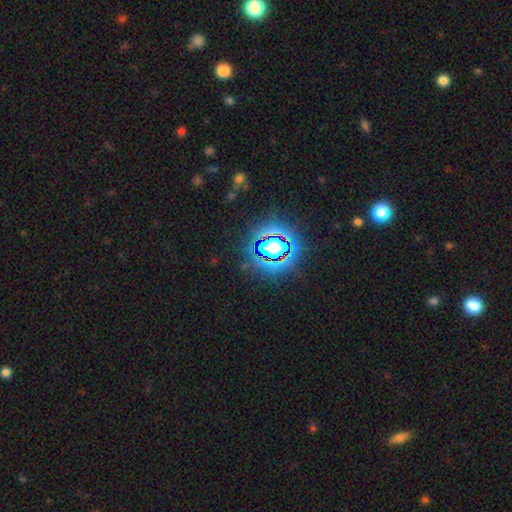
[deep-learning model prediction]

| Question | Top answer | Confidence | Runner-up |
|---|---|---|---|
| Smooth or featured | star or artifact | 83% | smooth (10%) |